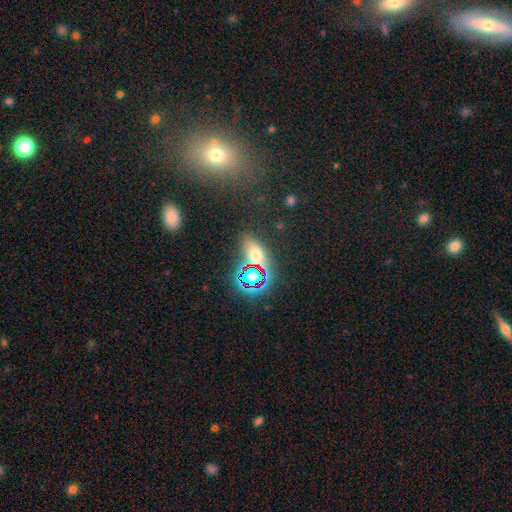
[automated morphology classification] Smooth or featured: smooth — 50% (star or artifact — 38%)
Merging: none — 77% (minor disturbance — 12%)